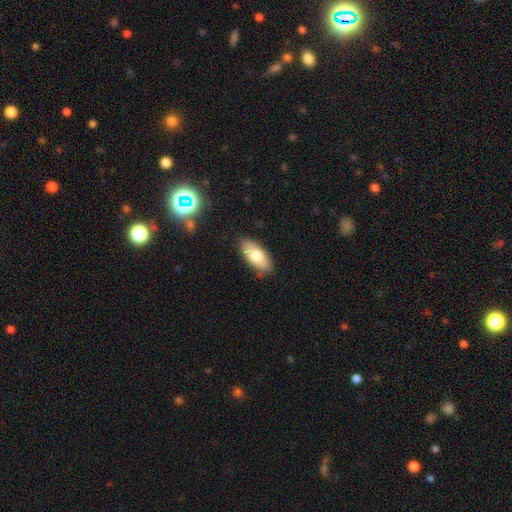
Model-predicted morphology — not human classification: smooth 74%, featured or disk 20%, star or artifact 7%. Down the decision tree: how rounded — in between (89%); merging — none (84%).